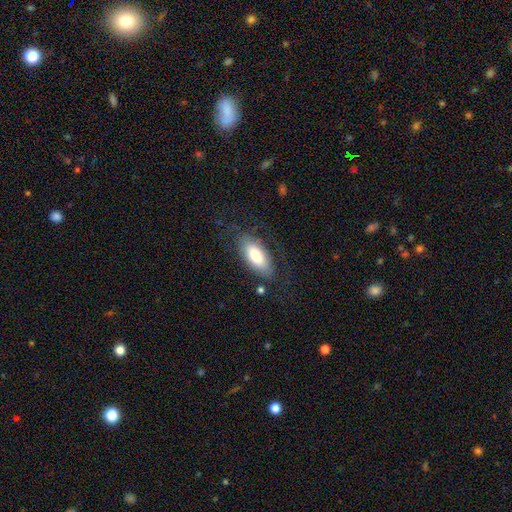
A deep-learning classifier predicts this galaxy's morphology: This is likely a smooth galaxy (75%). How rounded: clearly in between (88%). Merging: likely none (75%).